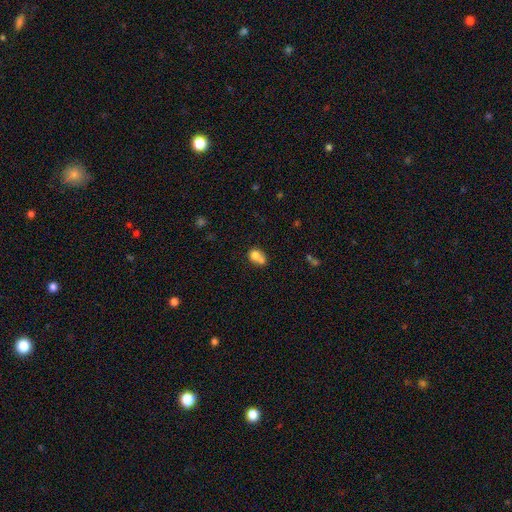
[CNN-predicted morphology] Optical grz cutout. It shows a smooth galaxy with no disk features (73%) that is round (56%). Merging: merger (55%).